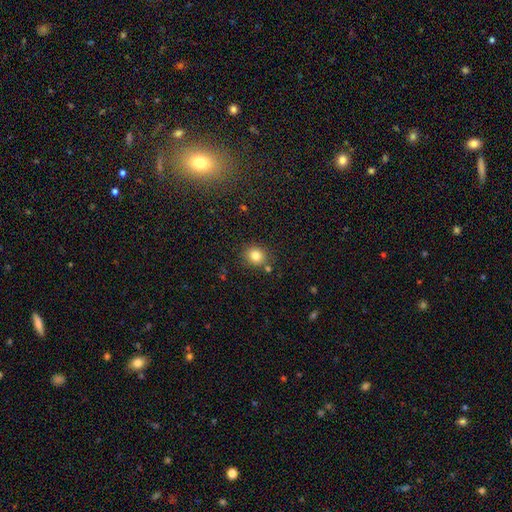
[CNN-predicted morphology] Smooth or featured? Predicted: smooth (p=0.81). How rounded? Predicted: round (p=0.83). Merging? Predicted: none (p=0.80).